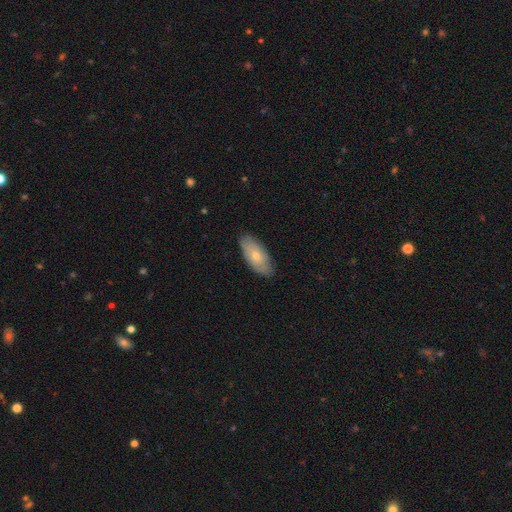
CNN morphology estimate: Smooth or featured? smooth (64%)
How rounded? in between (91%)
Merging? none (82%)